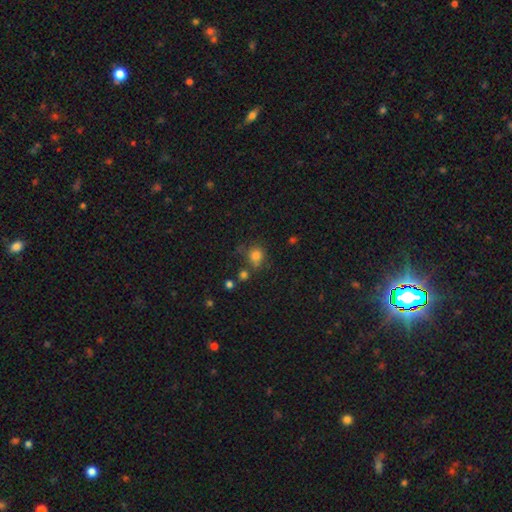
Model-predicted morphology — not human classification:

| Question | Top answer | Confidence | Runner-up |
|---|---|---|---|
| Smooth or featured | smooth | 78% | star or artifact (14%) |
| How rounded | round | 81% | in between (18%) |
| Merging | none | 62% | minor disturbance (18%) |